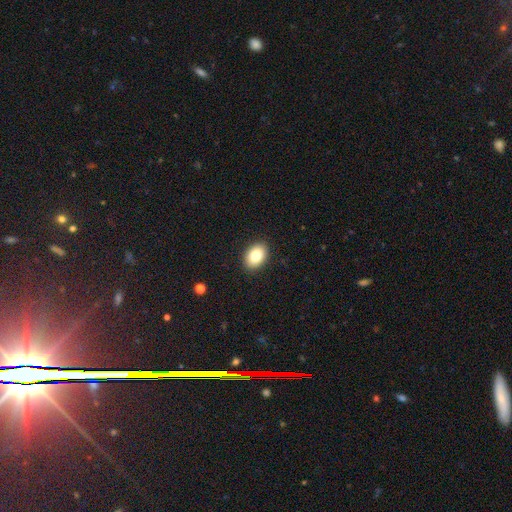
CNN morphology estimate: A smooth galaxy with no disk features (82%) that is in between round and cigar-shaped (81%). Merging: none (90%).